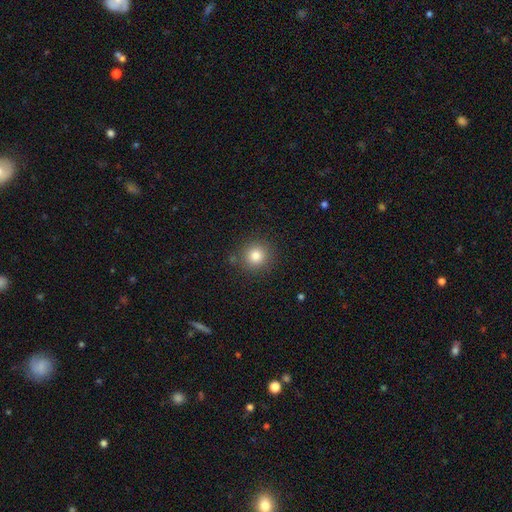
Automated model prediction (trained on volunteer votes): The model was most divided on "smooth or featured": smooth: 82%, star or artifact: 12%, featured or disk: 6%. More confident: how rounded — round (92%); merging — none (87%).